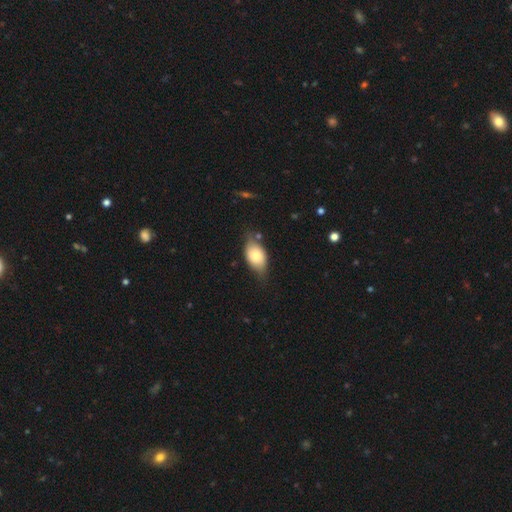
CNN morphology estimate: This appears to be a smooth galaxy with no disk features (72%) that is in between round and cigar-shaped (88%). Merging: none (60%).